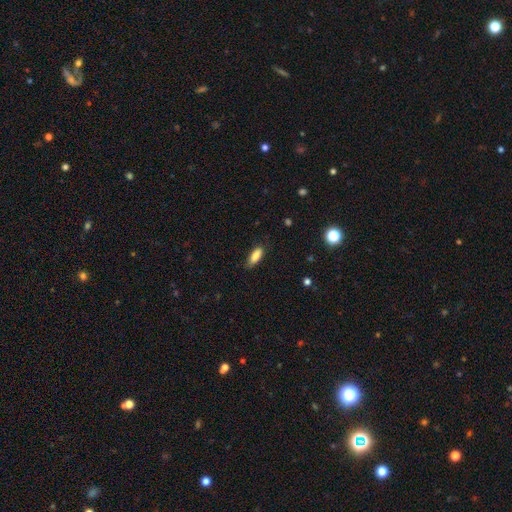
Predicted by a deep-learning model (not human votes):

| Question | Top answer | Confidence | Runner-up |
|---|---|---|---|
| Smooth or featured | smooth | 84% | featured or disk (8%) |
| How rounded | in between | 68% | cigar-shaped (30%) |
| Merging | none | 76% | minor disturbance (19%) |